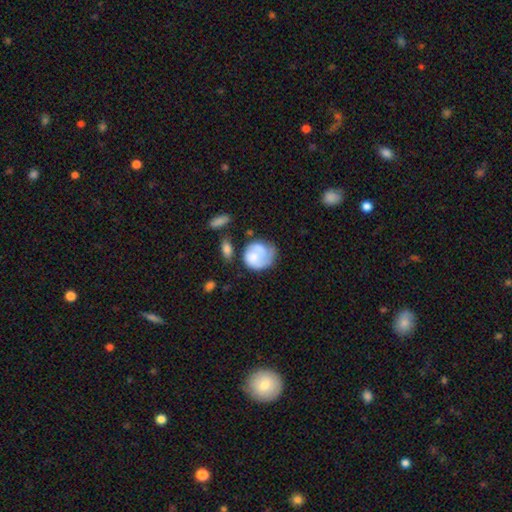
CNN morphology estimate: Smooth or featured? Predicted: smooth (p=0.55). How rounded? Predicted: round (p=0.74). Merging? Predicted: none (p=0.41).